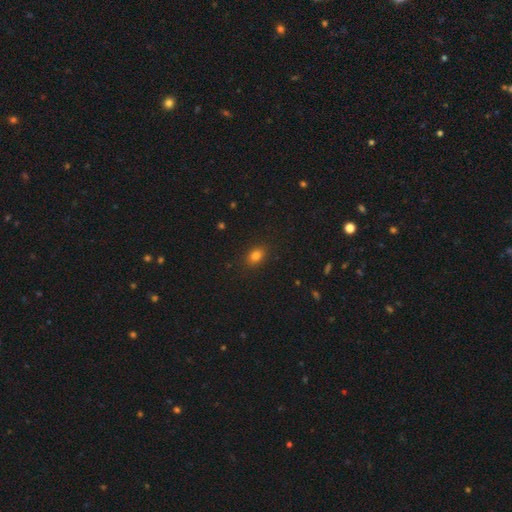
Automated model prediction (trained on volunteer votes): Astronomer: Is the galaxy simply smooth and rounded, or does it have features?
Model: smooth — 82%.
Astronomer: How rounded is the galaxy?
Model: in between — 65%.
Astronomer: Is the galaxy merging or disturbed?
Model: none — 88%.